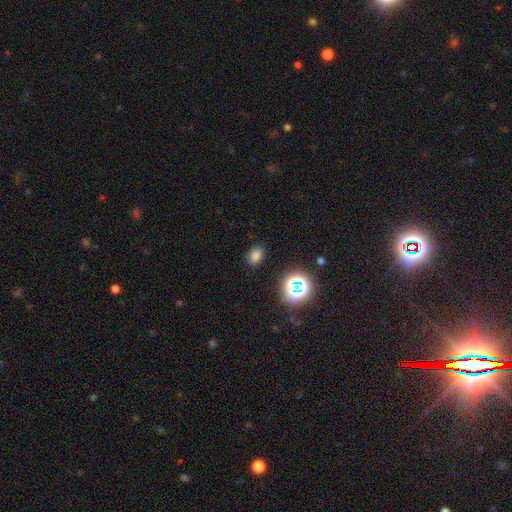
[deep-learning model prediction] This appears to be a smooth galaxy with no disk features (74%) that is in between round and cigar-shaped (72%). Merging: none (85%).